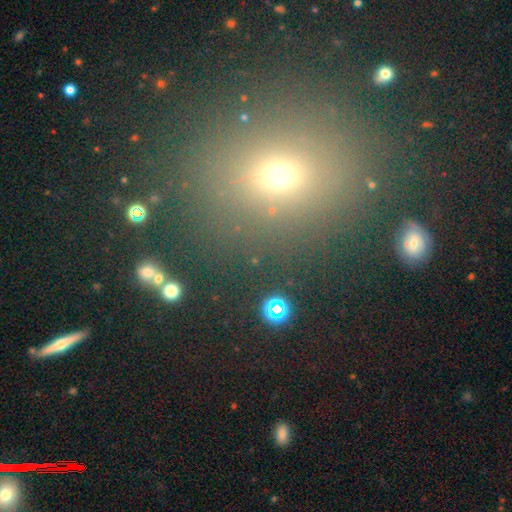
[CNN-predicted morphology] type=smooth (55%); roundness=round (63%); merging=none (83%).